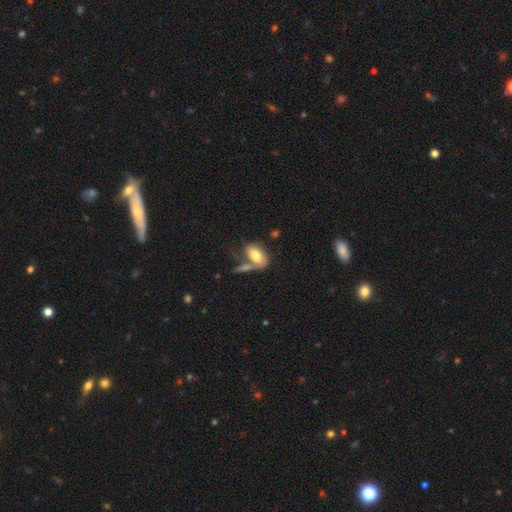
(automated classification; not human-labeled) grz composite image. It shows a smooth galaxy with no disk features (72%) that is in between round and cigar-shaped (91%). Merging: merger (38%).